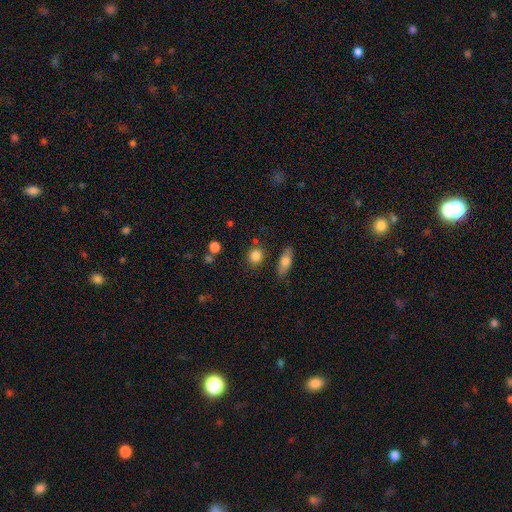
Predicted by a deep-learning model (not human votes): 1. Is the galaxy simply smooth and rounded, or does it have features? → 84% smooth, 10% star or artifact, 7% featured or disk.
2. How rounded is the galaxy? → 72% round, 25% in between, 2% cigar-shaped.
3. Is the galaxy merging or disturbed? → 76% none, 13% minor disturbance, 7% merger, 4% major disturbance.